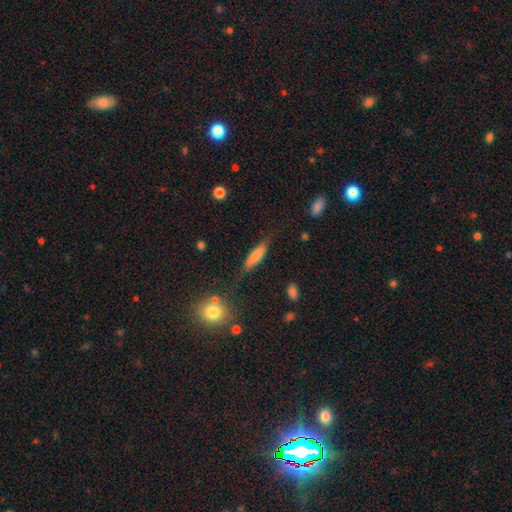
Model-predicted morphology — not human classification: smooth-or-featured: smooth: 69% | featured or disk: 23% | star or artifact: 8%
  how-rounded: cigar-shaped: 70% | in between: 27% | round: 2%
  merging: none: 68% | minor disturbance: 22% | major disturbance: 7% | merger: 3%